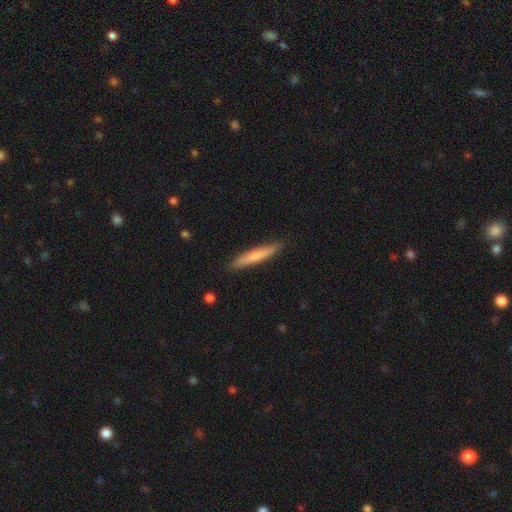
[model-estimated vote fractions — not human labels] Smooth or featured? Predicted: smooth (p=0.68). How rounded? Predicted: cigar-shaped (p=0.93). Merging? Predicted: none (p=0.89).